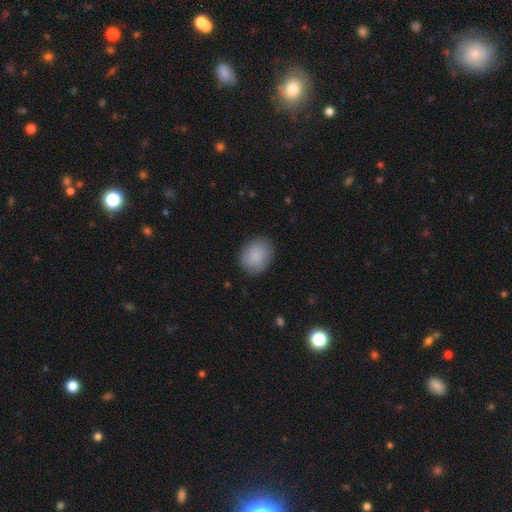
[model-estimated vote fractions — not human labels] This appears to be a smooth galaxy with no disk features (88%) that is in between round and cigar-shaped (50%). Merging: none (86%).